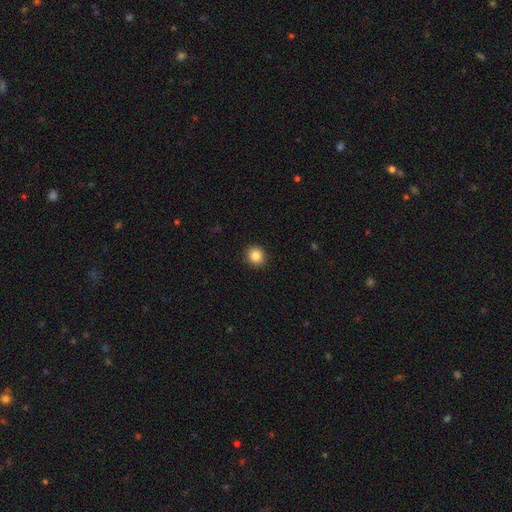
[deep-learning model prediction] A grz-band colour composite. It shows a smooth galaxy with no disk features (85%) that is round (89%). Merging: none (93%).